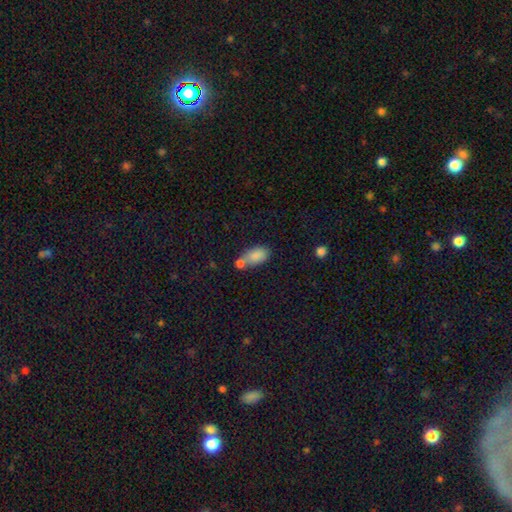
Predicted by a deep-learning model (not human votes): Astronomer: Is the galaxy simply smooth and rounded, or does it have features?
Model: smooth — 83%.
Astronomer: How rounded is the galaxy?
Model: in between — 90%.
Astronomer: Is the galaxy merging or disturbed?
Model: none — 43% (runner-up: merger, 37%).